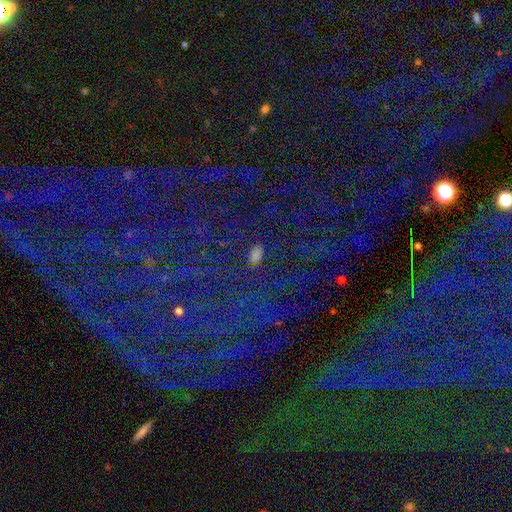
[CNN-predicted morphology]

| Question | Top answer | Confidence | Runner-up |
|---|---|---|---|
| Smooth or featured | smooth | 52% | star or artifact (41%) |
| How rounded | in between | 83% | round (13%) |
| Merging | none | 78% | minor disturbance (12%) |